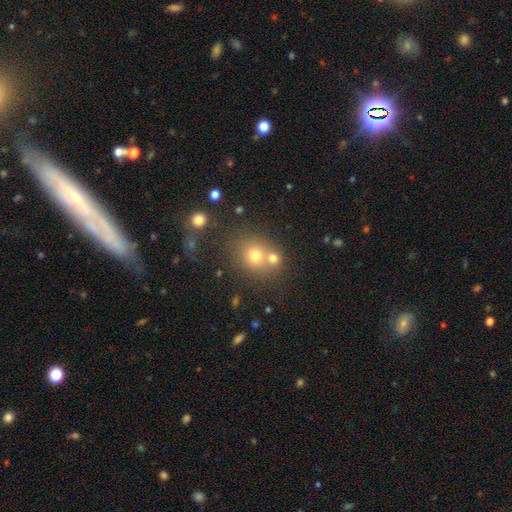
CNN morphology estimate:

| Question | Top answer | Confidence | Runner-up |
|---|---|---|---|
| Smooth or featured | smooth | 69% | star or artifact (17%) |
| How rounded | round | 74% | in between (25%) |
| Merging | none | 52% | merger (34%) |